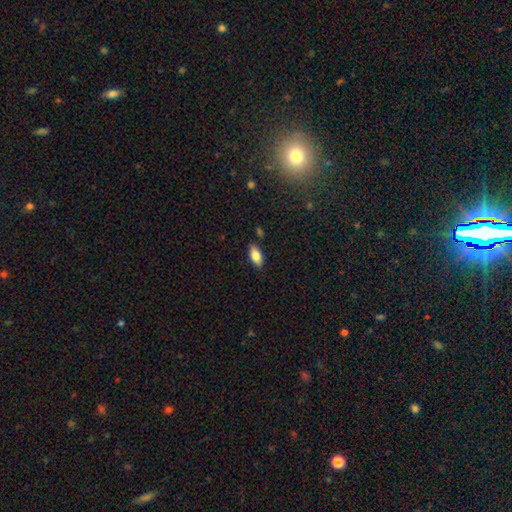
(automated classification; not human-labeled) Overall: smooth (78%). How rounded: in between (88%). Merging: none (84%).